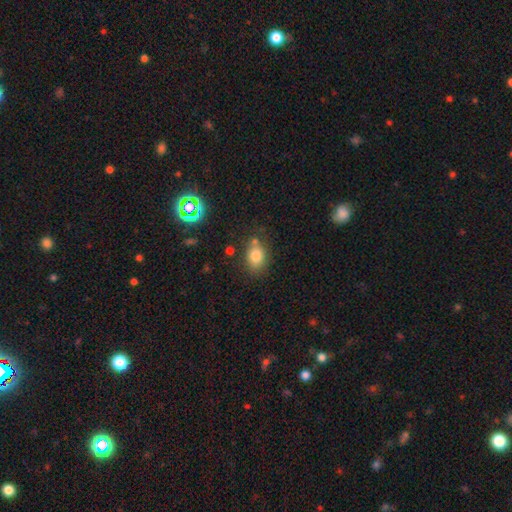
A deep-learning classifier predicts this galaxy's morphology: A smooth galaxy with no disk features (80%) that is in between round and cigar-shaped (69%). Merging: none (69%).